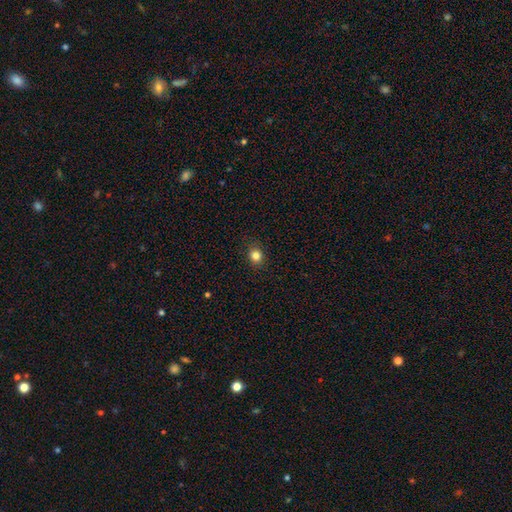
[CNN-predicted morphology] type=smooth (82%); roundness=round (77%); merging=none (89%).